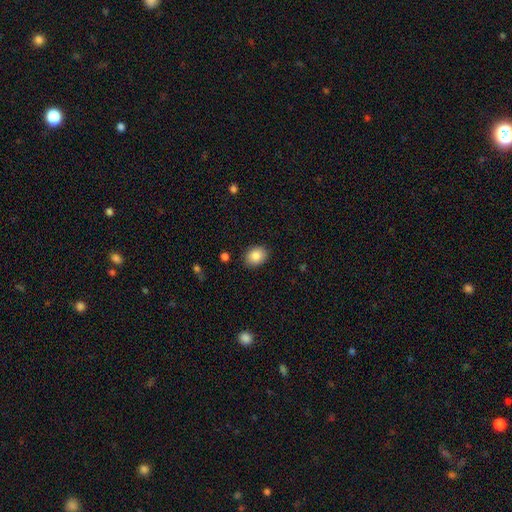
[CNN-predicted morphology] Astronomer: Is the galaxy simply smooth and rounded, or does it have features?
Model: smooth — 87%.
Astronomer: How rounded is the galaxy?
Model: in between — 62% (runner-up: round, 37%).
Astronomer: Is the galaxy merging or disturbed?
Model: none — 86%.